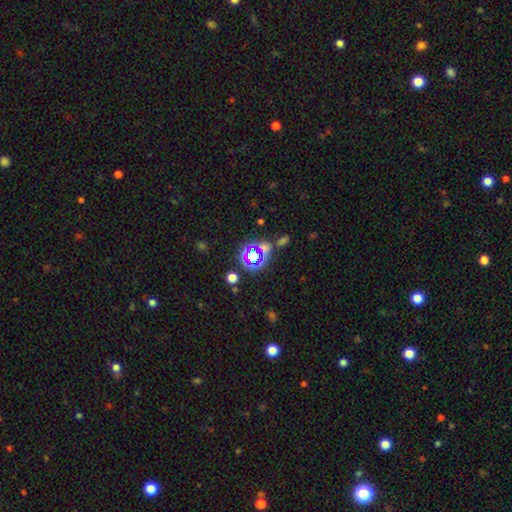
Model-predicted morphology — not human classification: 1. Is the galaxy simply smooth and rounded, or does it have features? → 61% star or artifact, 28% smooth, 11% featured or disk.